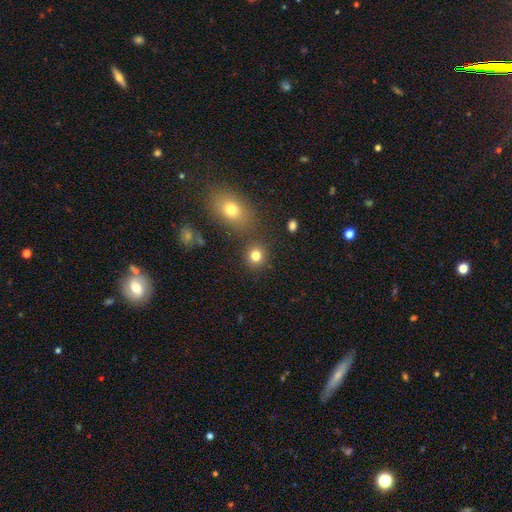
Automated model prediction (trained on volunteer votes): A smooth galaxy with no disk features (80%) that is round (86%).

Vote fractions:
- Smooth or featured? smooth: 80% / star or artifact: 13% / featured or disk: 6%
- How rounded? round: 86% / in between: 13% / cigar-shaped: 1%
- Merging? none: 81% / minor disturbance: 8% / merger: 8% / major disturbance: 3%